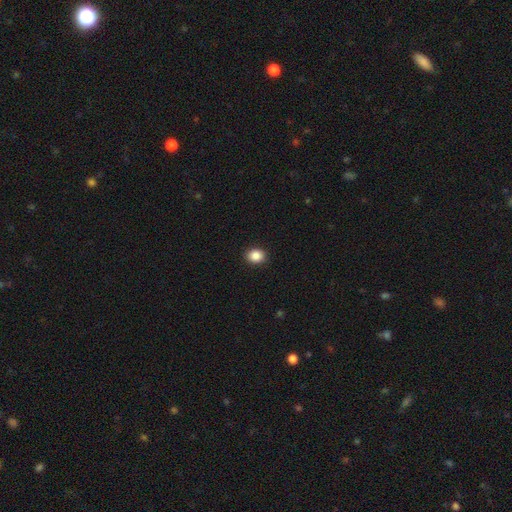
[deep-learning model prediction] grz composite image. It shows a smooth galaxy with no disk features (87%) that is round (53%). Merging: none (92%).